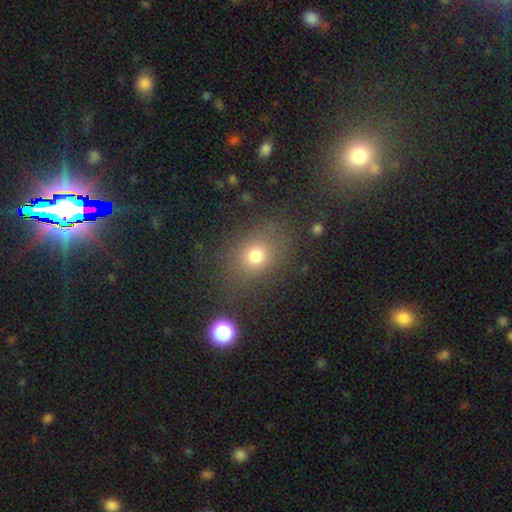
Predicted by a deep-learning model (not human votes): Morphology: type=smooth (74%); roundness=round (54%); merging=none (78%).